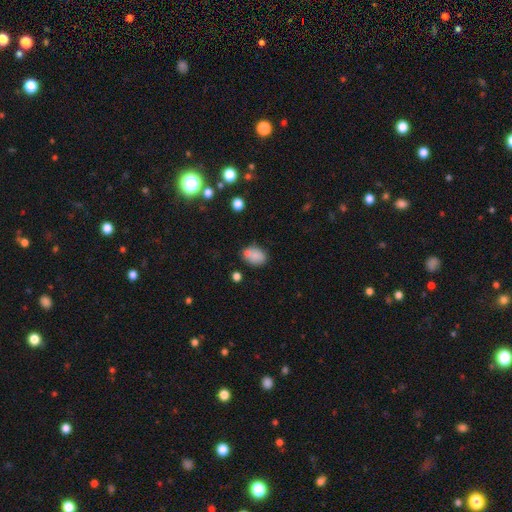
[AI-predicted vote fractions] Smooth or featured?
  - smooth: 81% *
  - star or artifact: 10%
  - featured or disk: 9%
How rounded?
  - in between: 79% *
  - round: 19%
  - cigar-shaped: 2%
Merging?
  - none: 60% *
  - minor disturbance: 18%
  - merger: 16%
  - major disturbance: 5%